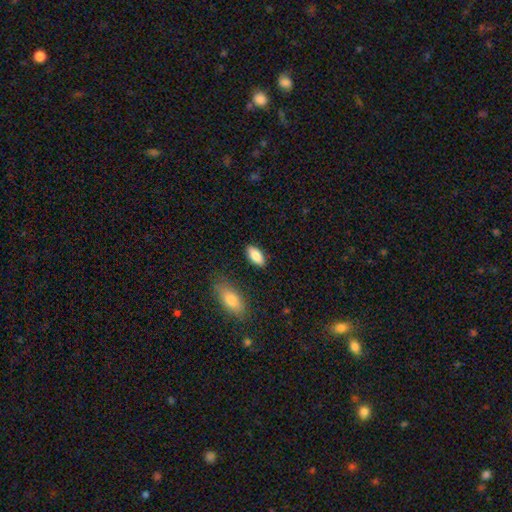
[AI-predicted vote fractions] Smooth or featured: smooth — 84% (featured or disk — 10%)
How rounded: in between — 89% (cigar-shaped — 8%)
Merging: none — 86% (minor disturbance — 9%)